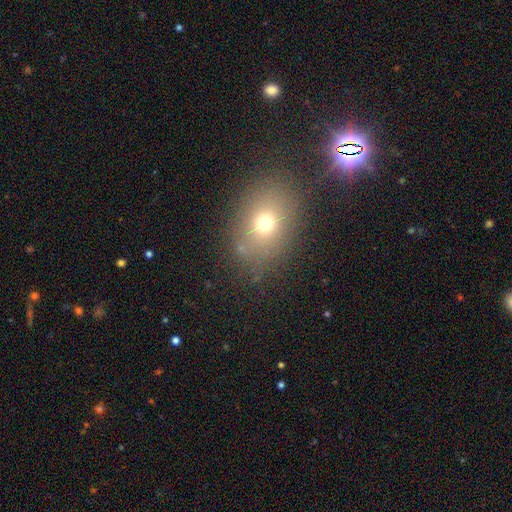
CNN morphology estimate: smooth 61%, star or artifact 25%, featured or disk 14%. Down the decision tree: how rounded — in between (57%); merging — none (80%).